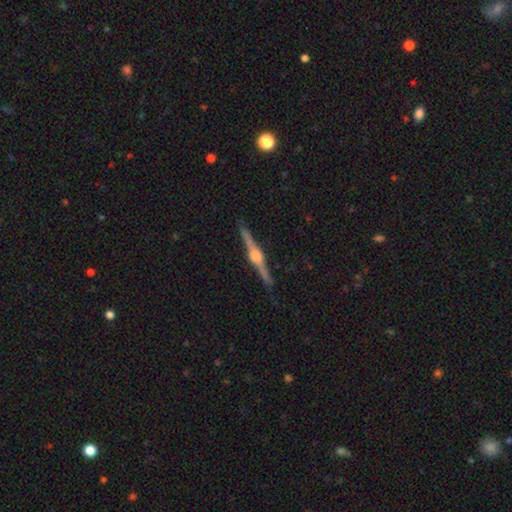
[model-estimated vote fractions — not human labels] Overall: featured or disk (86%). Edge-on disk: yes (98%). Edge-on bulge: rounded (91%). Merging: none (90%).